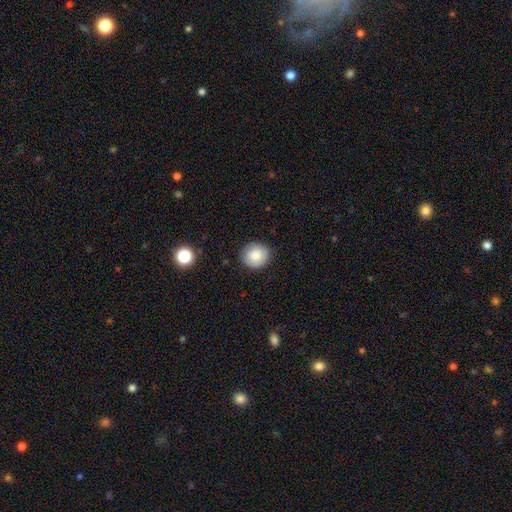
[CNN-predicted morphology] Overall: smooth (83%). How rounded: round (86%). Merging: none (88%).